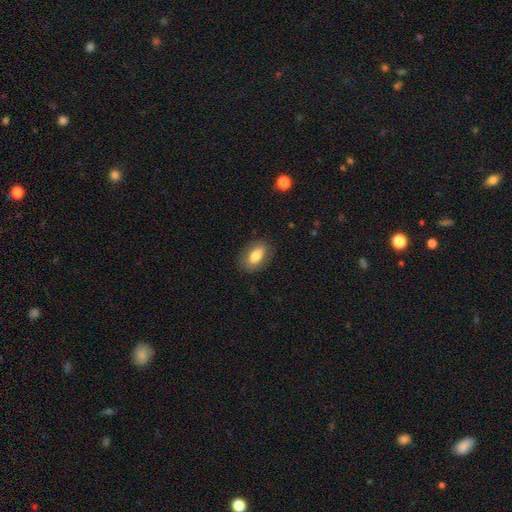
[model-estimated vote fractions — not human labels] Morphology: type=smooth (77%); roundness=in between (89%); merging=none (84%).